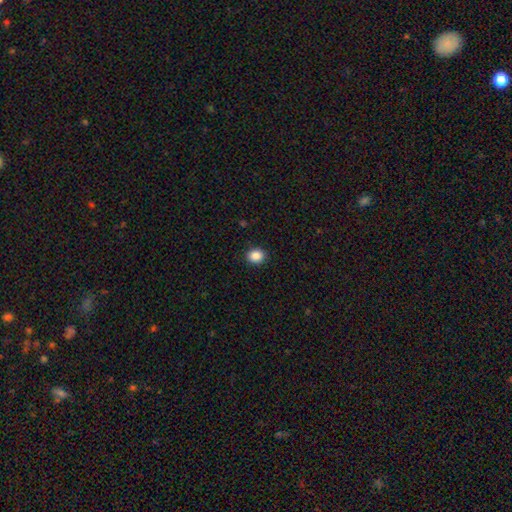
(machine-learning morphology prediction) smooth 88%, star or artifact 9%, featured or disk 3%. Down the decision tree: how rounded — round (65%); merging — none (91%).